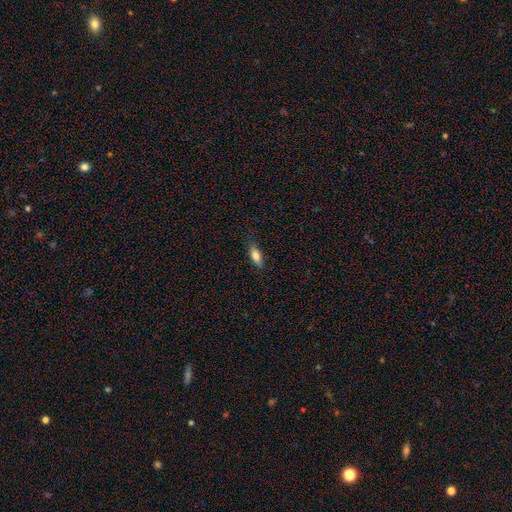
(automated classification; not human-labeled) Q: Smooth or featured?
A: smooth (77%); runner-up: featured or disk (16%)
Q: How rounded?
A: in between (69%); runner-up: cigar-shaped (28%)
Q: Merging?
A: none (79%); runner-up: minor disturbance (17%)